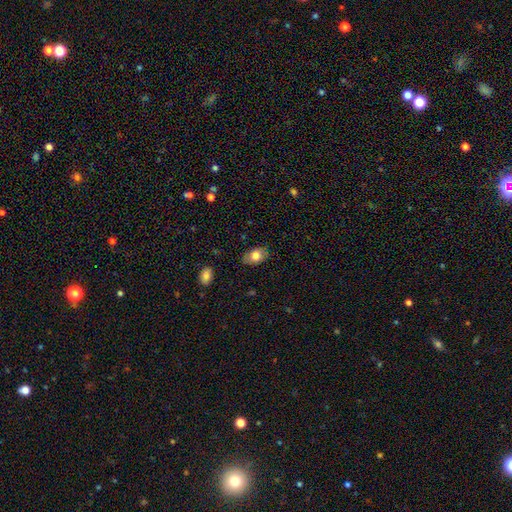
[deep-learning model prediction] smooth_or_featured: smooth (p=0.77) [alt: featured or disk p=0.15]
how_rounded: in between (p=0.90) [alt: round p=0.09]
merging: none (p=0.82) [alt: minor disturbance p=0.14]